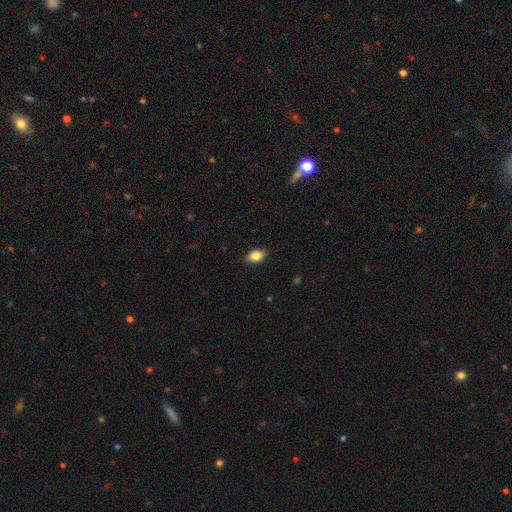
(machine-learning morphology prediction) A smooth galaxy with no disk features (85%) that is in between round and cigar-shaped (87%). Merging: none (87%).